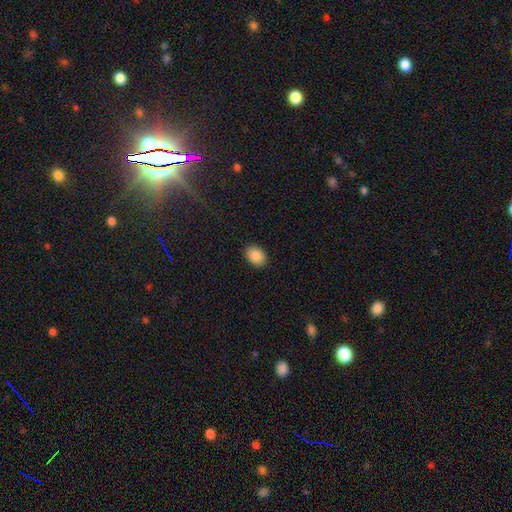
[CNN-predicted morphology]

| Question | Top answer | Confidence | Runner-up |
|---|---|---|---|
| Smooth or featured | smooth | 88% | star or artifact (8%) |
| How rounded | in between | 75% | round (24%) |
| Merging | none | 88% | minor disturbance (9%) |